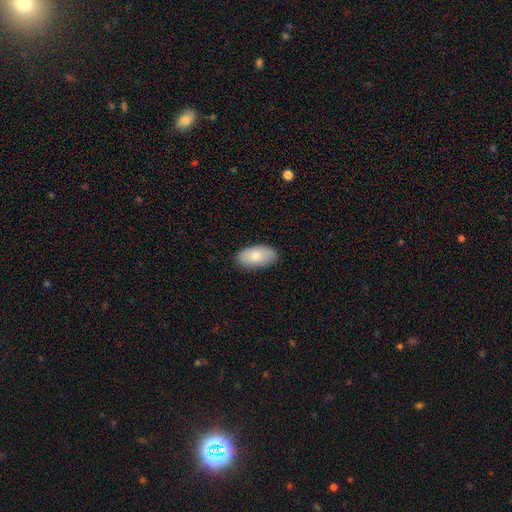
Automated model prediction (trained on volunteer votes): smooth-or-featured: smooth: 78% | featured or disk: 16% | star or artifact: 6%
  how-rounded: in between: 95% | round: 3% | cigar-shaped: 2%
  merging: none: 85% | minor disturbance: 12% | major disturbance: 2% | merger: 1%